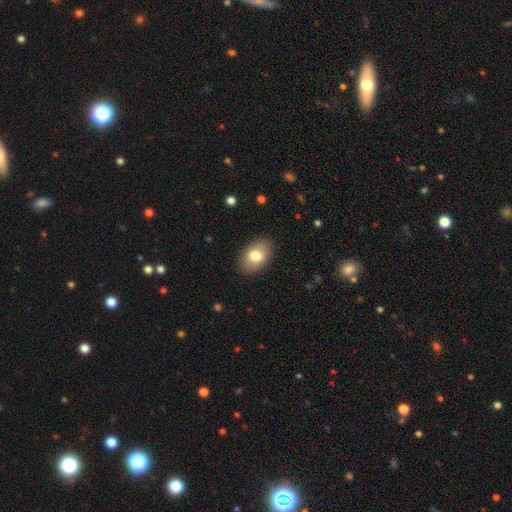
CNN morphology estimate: A smooth galaxy with no disk features (77%) that is in between round and cigar-shaped (85%).

Vote fractions:
- Smooth or featured? smooth: 77% / featured or disk: 15% / star or artifact: 8%
- How rounded? in between: 85% / round: 14% / cigar-shaped: 1%
- Merging? none: 88% / minor disturbance: 9% / major disturbance: 3% / merger: 1%